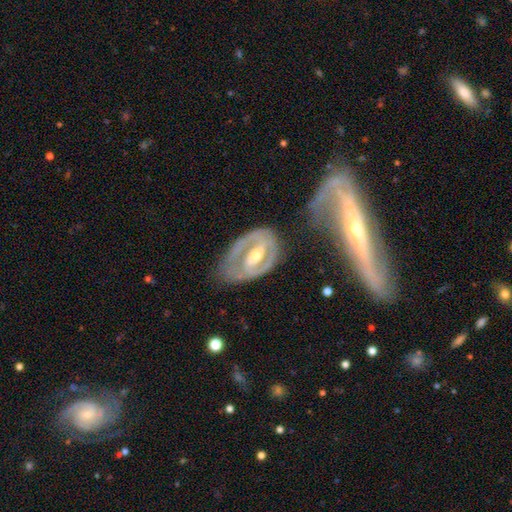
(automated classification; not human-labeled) Q: Smooth or featured?
A: featured or disk (86%); runner-up: smooth (9%)
Q: Edge-on disk?
A: no (96%); runner-up: yes (4%)
Q: Bar?
A: strong (51%); runner-up: weak (33%)
Q: Spiral arms?
A: yes (87%); runner-up: no (13%)
Q: Spiral winding?
A: tight (49%); runner-up: medium (40%)
Q: Spiral arm count?
A: 2 (76%); runner-up: 1 (13%)
Q: Bulge size?
A: moderate (62%); runner-up: small (32%)
Q: Merging?
A: none (61%); runner-up: minor disturbance (23%)